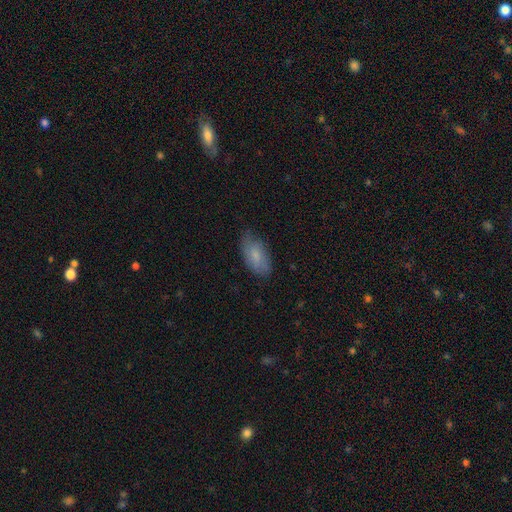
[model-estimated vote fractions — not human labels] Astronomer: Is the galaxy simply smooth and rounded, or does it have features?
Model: smooth — 73%.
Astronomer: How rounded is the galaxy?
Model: in between — 92%.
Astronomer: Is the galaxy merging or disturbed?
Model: none — 71%.